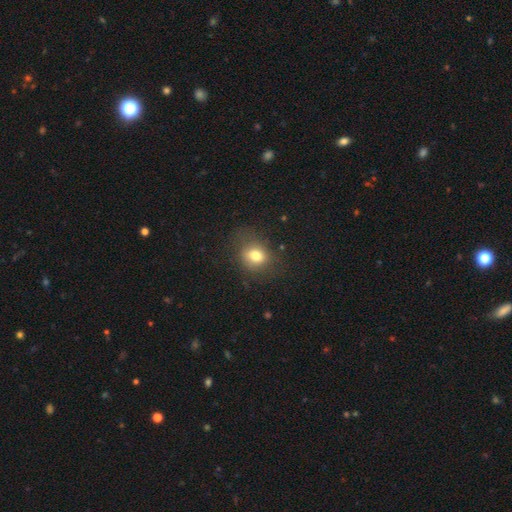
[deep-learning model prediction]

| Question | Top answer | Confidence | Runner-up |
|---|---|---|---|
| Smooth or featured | smooth | 76% | star or artifact (12%) |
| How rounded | round | 55% | in between (43%) |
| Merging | none | 69% | minor disturbance (19%) |